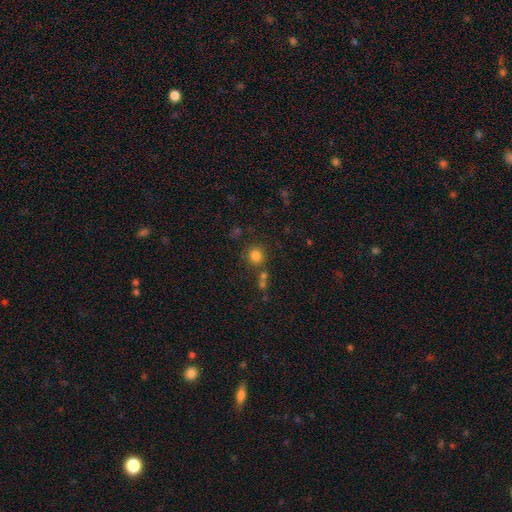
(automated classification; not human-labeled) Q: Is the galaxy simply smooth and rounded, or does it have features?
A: smooth — 80%.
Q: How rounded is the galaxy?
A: round — 88%.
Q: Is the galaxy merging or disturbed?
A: none — 73%.